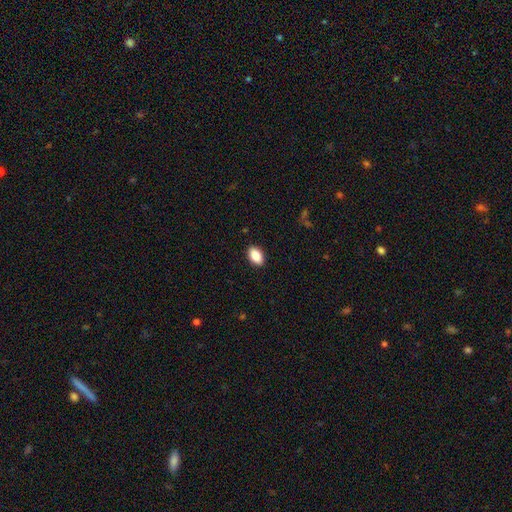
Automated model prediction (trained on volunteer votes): This is clearly a smooth galaxy (87%). How rounded: clearly in between (92%). Merging: clearly none (90%).